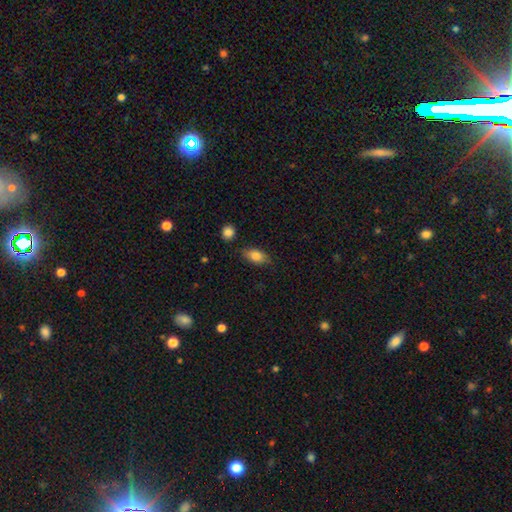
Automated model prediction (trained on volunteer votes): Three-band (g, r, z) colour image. It shows a smooth galaxy with no disk features (83%) that is in between round and cigar-shaped (88%). Merging: none (76%).